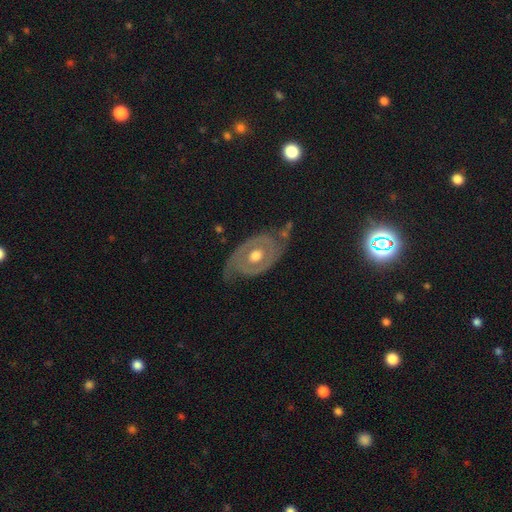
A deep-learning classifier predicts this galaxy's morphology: This appears to be a featured or disk galaxy (74%) with no bar (85%), spiral arms (54%) and a moderate central bulge (77%). Merging: none (60%).